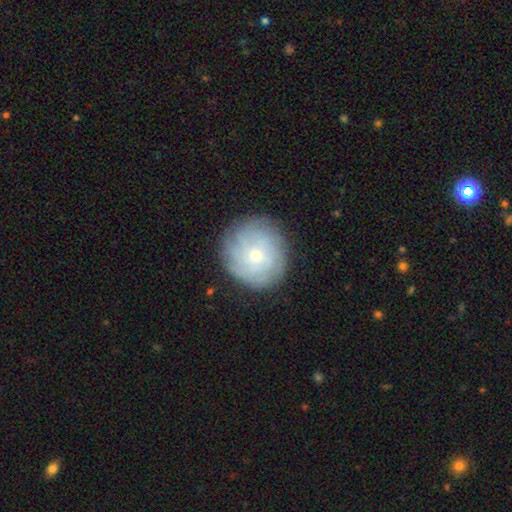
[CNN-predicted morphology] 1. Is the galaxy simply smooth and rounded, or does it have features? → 51% featured or disk, 40% smooth, 9% star or artifact.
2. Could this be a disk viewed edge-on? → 97% no, 3% yes.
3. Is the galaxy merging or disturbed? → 83% none, 12% minor disturbance, 4% major disturbance, 1% merger.